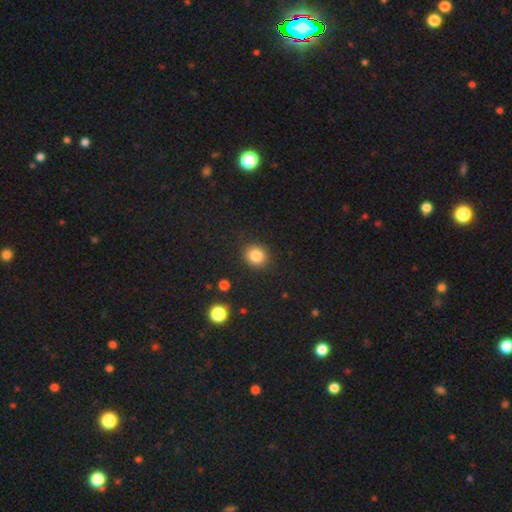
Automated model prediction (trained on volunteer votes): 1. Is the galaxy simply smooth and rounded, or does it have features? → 83% smooth, 11% star or artifact, 6% featured or disk.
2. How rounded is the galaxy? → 82% round, 17% in between, 1% cigar-shaped.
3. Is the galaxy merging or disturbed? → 90% none, 7% minor disturbance, 2% major disturbance, 1% merger.